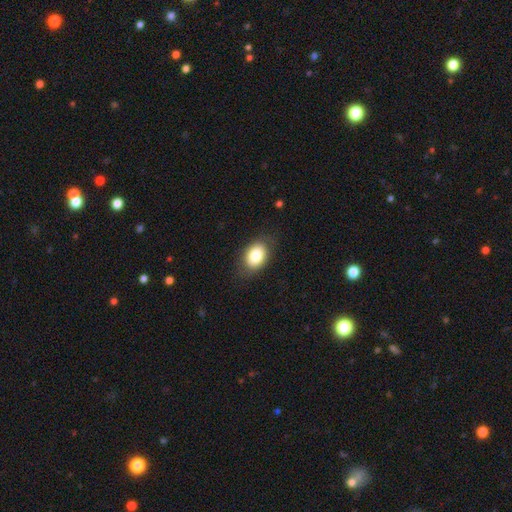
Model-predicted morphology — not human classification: A smooth galaxy with no disk features (80%) that is in between round and cigar-shaped (81%). Merging: none (80%).